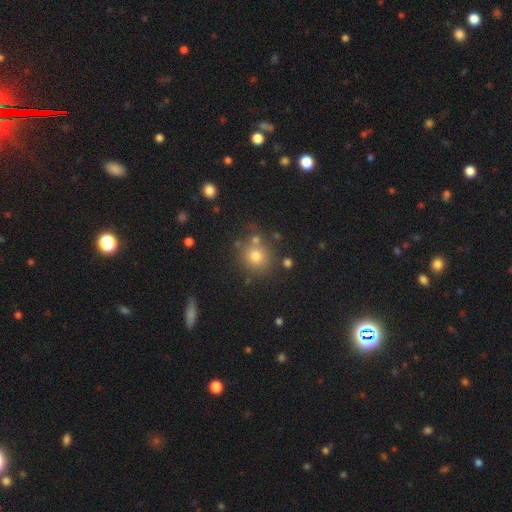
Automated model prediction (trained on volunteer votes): smooth 74%, star or artifact 17%, featured or disk 10%. Down the decision tree: how rounded — round (88%); merging — none (76%).